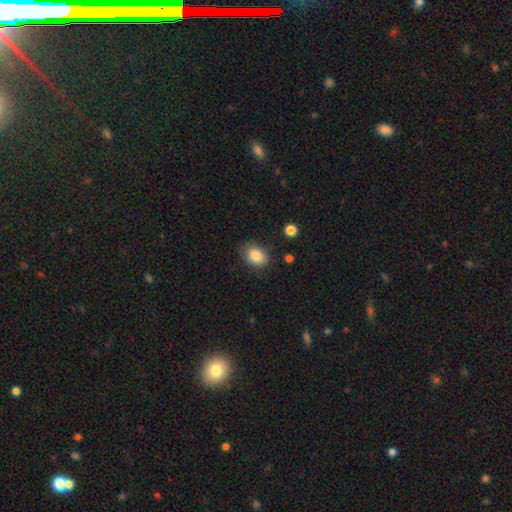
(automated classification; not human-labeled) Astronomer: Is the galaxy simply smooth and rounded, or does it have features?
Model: smooth — 85%.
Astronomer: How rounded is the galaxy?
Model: in between — 71%.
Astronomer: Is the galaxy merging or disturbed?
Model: none — 80%.